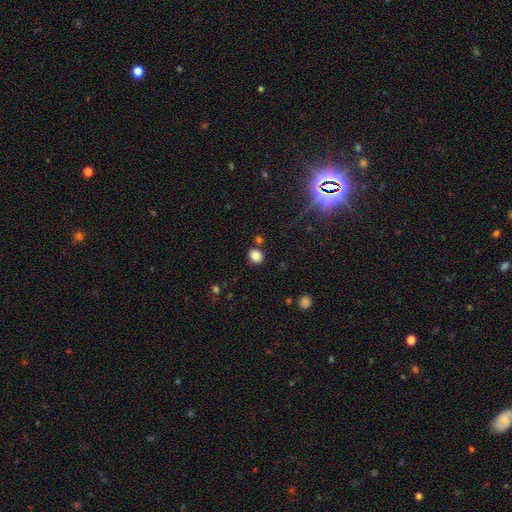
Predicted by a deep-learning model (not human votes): smooth 83%, star or artifact 12%, featured or disk 5%. Down the decision tree: how rounded — round (68%); merging — none (80%).